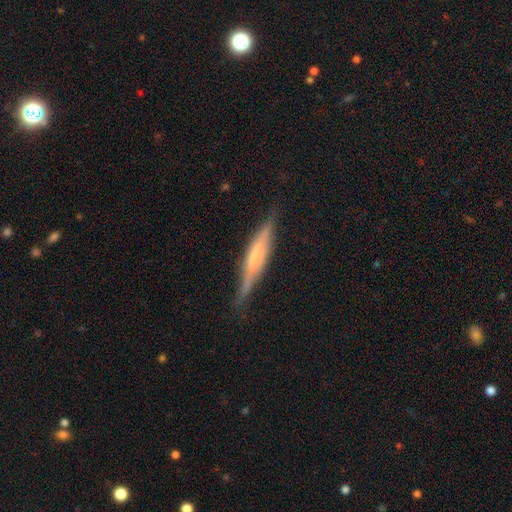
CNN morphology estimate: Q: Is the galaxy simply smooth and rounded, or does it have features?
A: featured or disk — 61%.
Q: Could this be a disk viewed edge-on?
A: yes — 95%.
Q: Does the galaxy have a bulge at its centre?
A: rounded — 35%, tied with boxy.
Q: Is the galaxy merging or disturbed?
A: none — 82%.